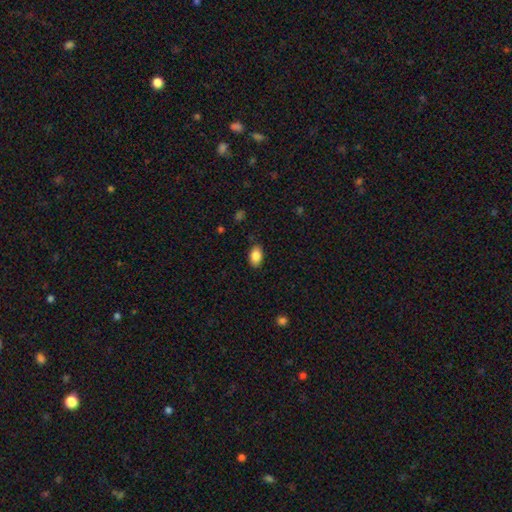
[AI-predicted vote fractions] Smooth or featured? Predicted: smooth (p=0.87). How rounded? Predicted: in between (p=0.90). Merging? Predicted: none (p=0.86).